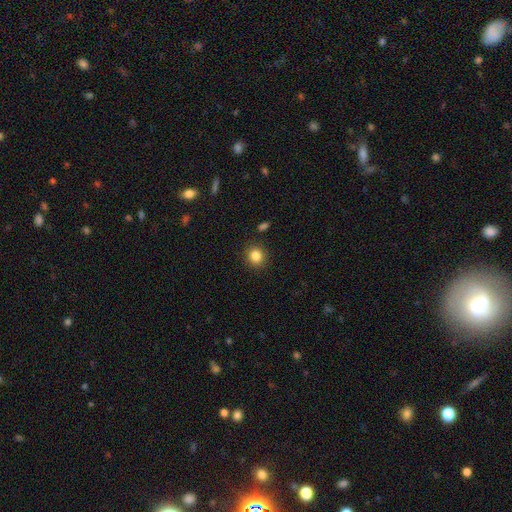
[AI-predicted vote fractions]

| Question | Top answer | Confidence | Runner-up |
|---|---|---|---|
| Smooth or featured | smooth | 85% | star or artifact (10%) |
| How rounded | round | 86% | in between (13%) |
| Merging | none | 89% | minor disturbance (7%) |